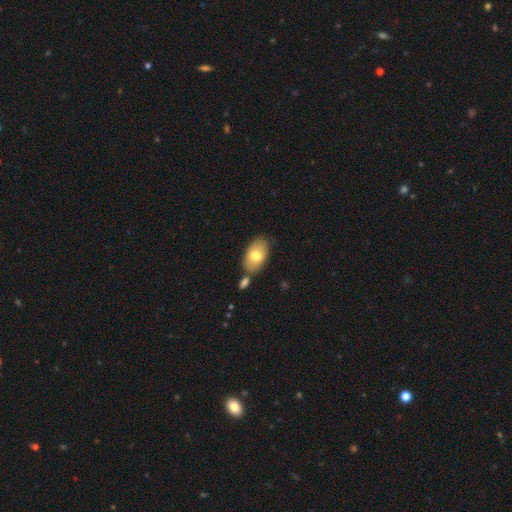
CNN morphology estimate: This appears to be a smooth galaxy with no disk features (74%) that is in between round and cigar-shaped (92%). Merging: none (69%).